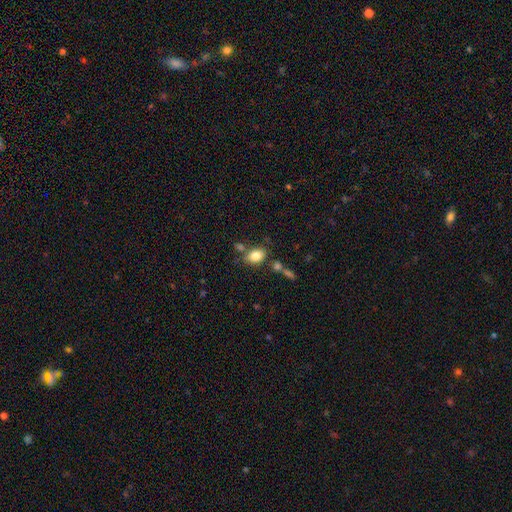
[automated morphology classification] Overall: smooth (82%). How rounded: in between (78%). Merging: none (67%).